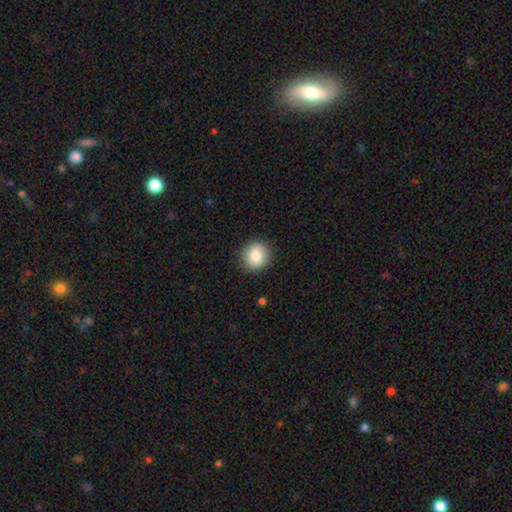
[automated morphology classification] Q: Smooth or featured?
A: smooth (86%); runner-up: star or artifact (8%)
Q: How rounded?
A: round (84%); runner-up: in between (15%)
Q: Merging?
A: none (89%); runner-up: minor disturbance (8%)